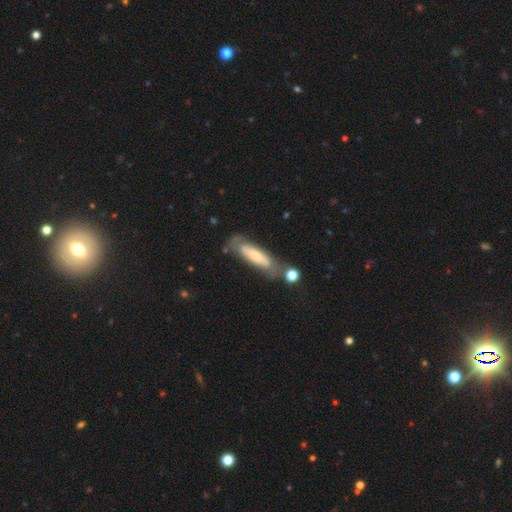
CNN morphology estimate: This is possibly a smooth galaxy (57%). How rounded: likely cigar-shaped (66%). Merging: possibly none (53%).